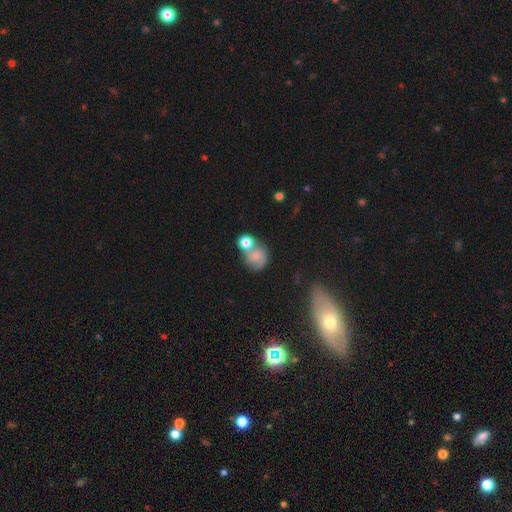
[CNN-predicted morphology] Smooth or featured? smooth (57%)
How rounded? round (70%)
Merging? merger (44%)